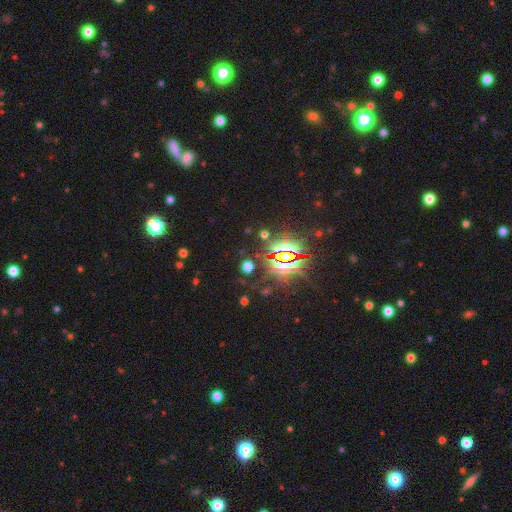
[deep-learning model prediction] Q: Smooth or featured?
A: star or artifact (84%); runner-up: smooth (10%)